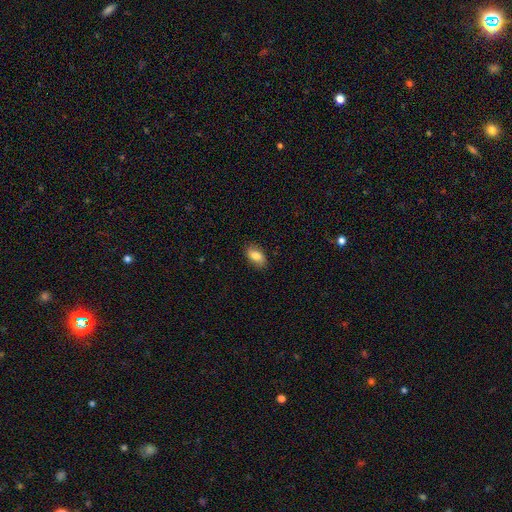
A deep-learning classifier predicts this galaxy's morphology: smooth_or_featured: smooth (p=0.82) [alt: featured or disk p=0.11]
how_rounded: in between (p=0.91) [alt: round p=0.06]
merging: none (p=0.85) [alt: minor disturbance p=0.11]